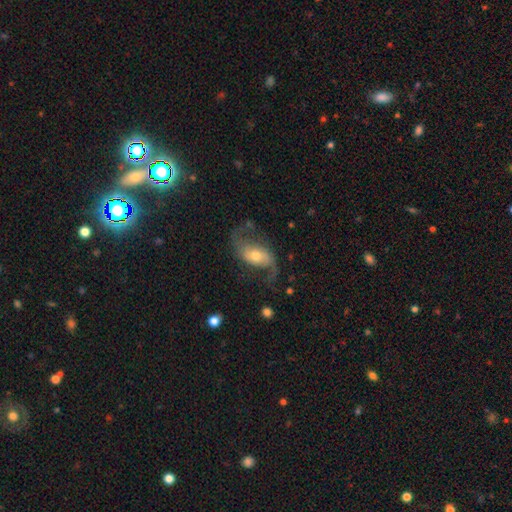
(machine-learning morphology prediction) smooth-or-featured: featured or disk: 80% | smooth: 13% | star or artifact: 7%
  disk-edge-on: no: 96% | yes: 4%
    bar: no: 53% | weak: 34% | strong: 13%
    has-spiral-arms: yes: 94% | no: 6%
      spiral-winding: loose: 70% | medium: 25% | tight: 6%
      spiral-arm-count: 2: 91% | 1: 3% | can't tell: 3% | 3: 1% | 4: 1% | more than 4: 1%
    bulge-size: moderate: 65% | small: 24% | large: 8% | dominant: 1% | none: 1%
  merging: none: 63% | minor disturbance: 18% | major disturbance: 17% | merger: 2%